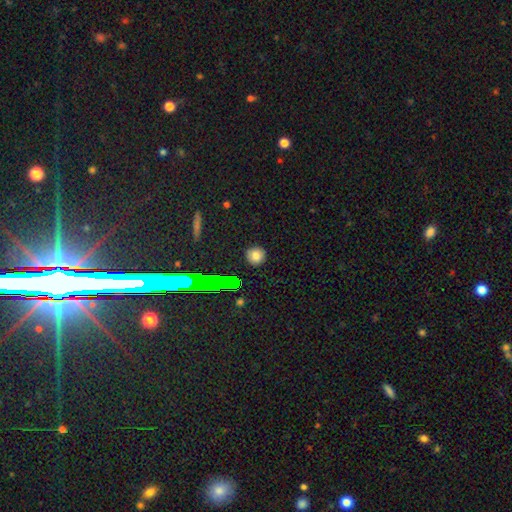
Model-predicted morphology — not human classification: smooth_or_featured: smooth (p=0.79) [alt: star or artifact p=0.14]
how_rounded: round (p=0.93) [alt: in between p=0.06]
merging: none (p=0.90) [alt: minor disturbance p=0.07]